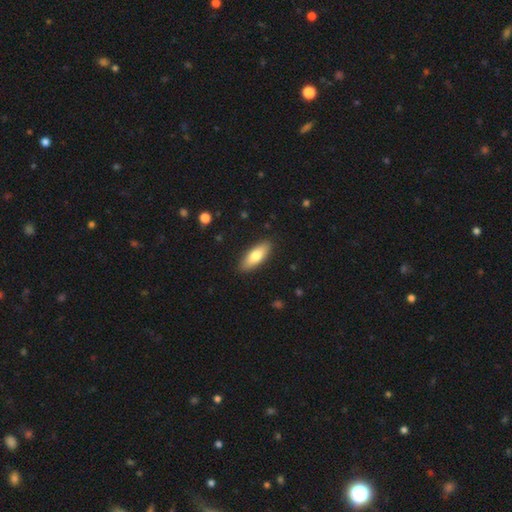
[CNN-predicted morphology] This is likely a smooth galaxy (74%). How rounded: likely in between (69%). Merging: clearly none (89%).